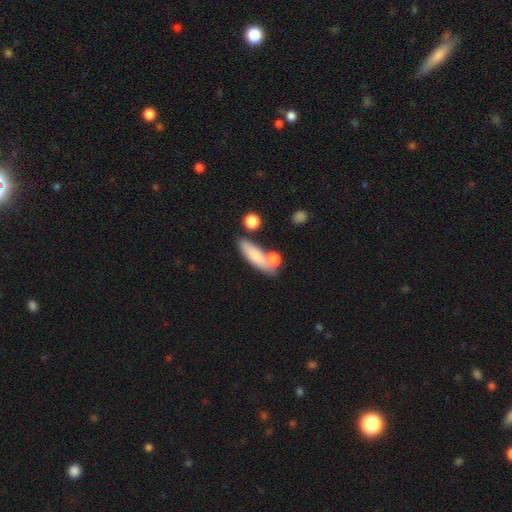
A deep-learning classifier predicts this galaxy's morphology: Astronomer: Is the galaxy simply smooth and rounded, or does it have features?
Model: smooth — 74%.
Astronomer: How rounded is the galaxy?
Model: in between — 51% (runner-up: cigar-shaped, 44%).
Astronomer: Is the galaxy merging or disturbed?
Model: none — 59%.